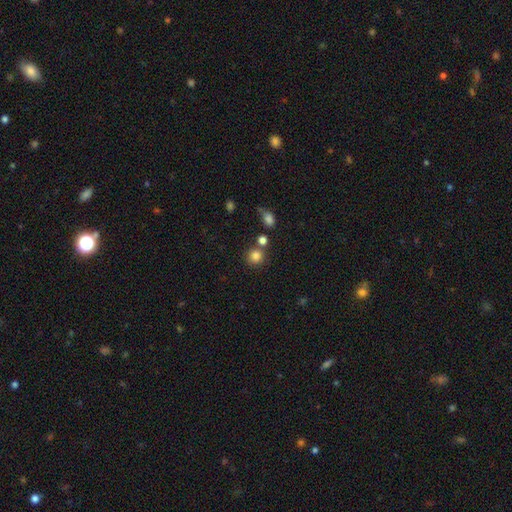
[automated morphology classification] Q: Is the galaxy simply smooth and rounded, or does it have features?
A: smooth — 83%.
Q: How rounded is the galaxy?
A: round — 89%.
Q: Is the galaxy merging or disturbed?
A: none — 72%.